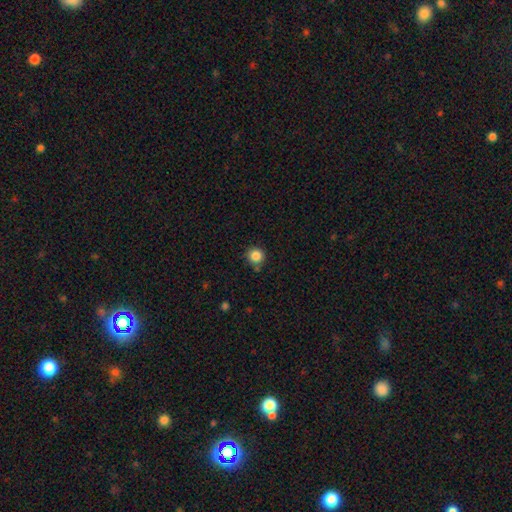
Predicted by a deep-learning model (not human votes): Smooth or featured? Predicted: smooth (p=0.84). How rounded? Predicted: round (p=0.94). Merging? Predicted: none (p=0.82).